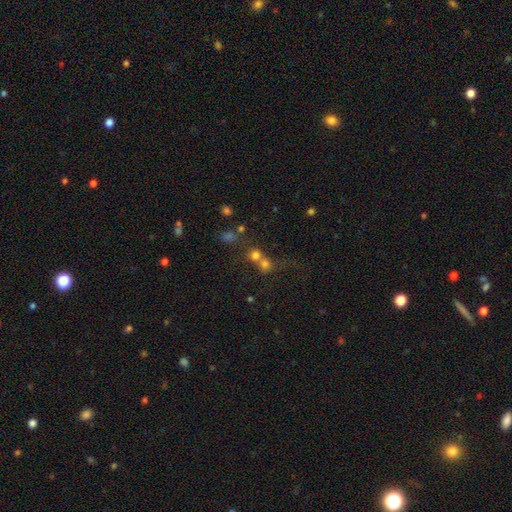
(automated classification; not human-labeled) A smooth galaxy with no disk features (69%) that is round (84%). Merging: merger (53%).